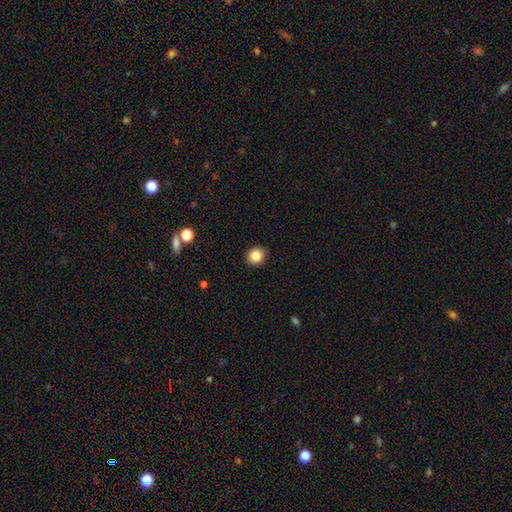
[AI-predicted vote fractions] A smooth galaxy with no disk features (85%) that is round (79%). Merging: none (91%).